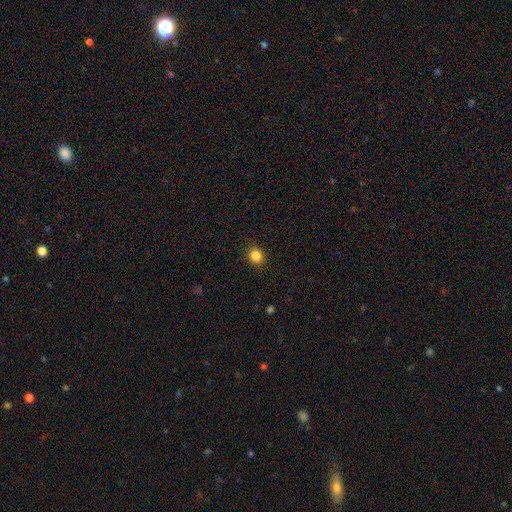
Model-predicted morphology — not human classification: Smooth or featured: smooth — 84% (star or artifact — 11%)
How rounded: round — 75% (in between — 24%)
Merging: none — 90% (minor disturbance — 7%)